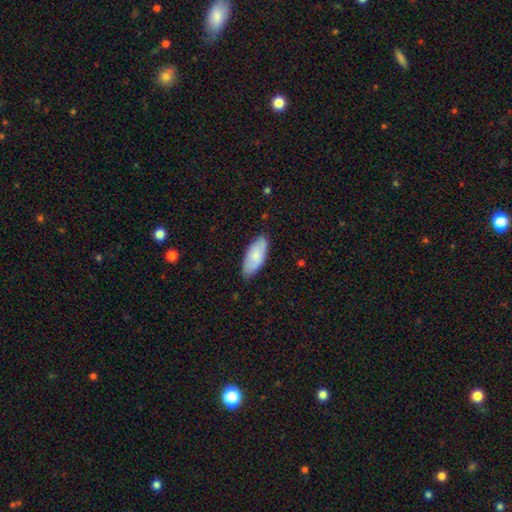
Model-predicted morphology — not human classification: type=smooth (80%); roundness=in between (86%); merging=none (81%).